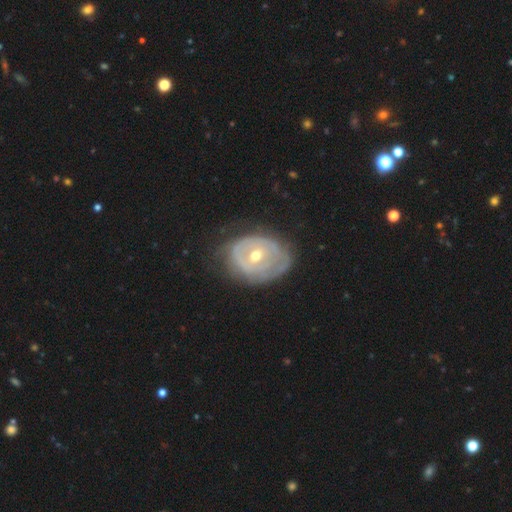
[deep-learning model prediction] Smooth or featured: featured or disk — 70% (smooth — 24%)
Edge-on disk: no — 95% (yes — 5%)
Bar: no — 63% (weak — 28%)
Spiral arms: no — 51% (yes — 49%)
Bulge size: moderate — 62% (small — 34%)
Merging: none — 61% (minor disturbance — 27%)